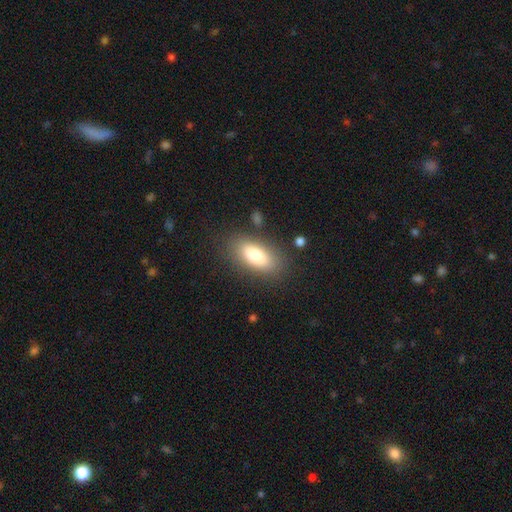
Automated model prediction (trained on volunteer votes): A smooth galaxy with no disk features (80%) that is in between round and cigar-shaped (85%).

Vote fractions:
- Smooth or featured? smooth: 80% / featured or disk: 12% / star or artifact: 7%
- How rounded? in between: 85% / cigar-shaped: 12% / round: 3%
- Merging? none: 81% / minor disturbance: 12% / major disturbance: 4% / merger: 3%